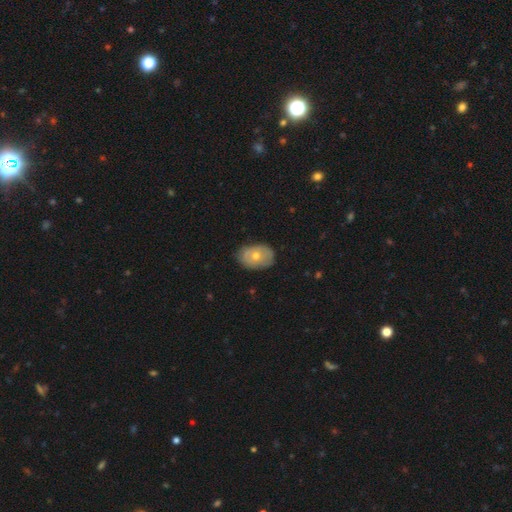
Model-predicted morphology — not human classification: Smooth or featured? Predicted: smooth (p=0.54). How rounded? Predicted: in between (p=0.79). Merging? Predicted: none (p=0.80).